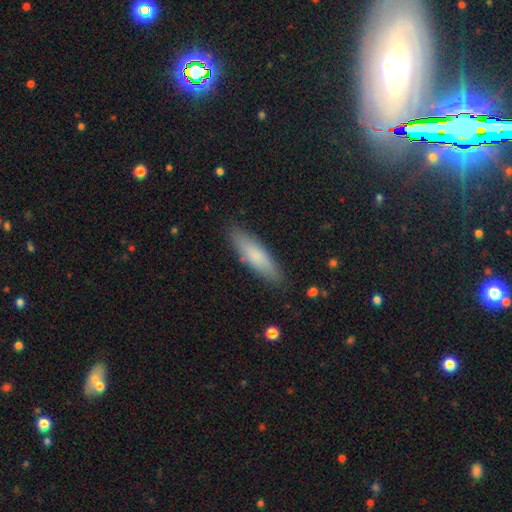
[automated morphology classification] This appears to be a smooth galaxy with no disk features (78%) that is cigar-shaped (67%). Merging: none (87%).